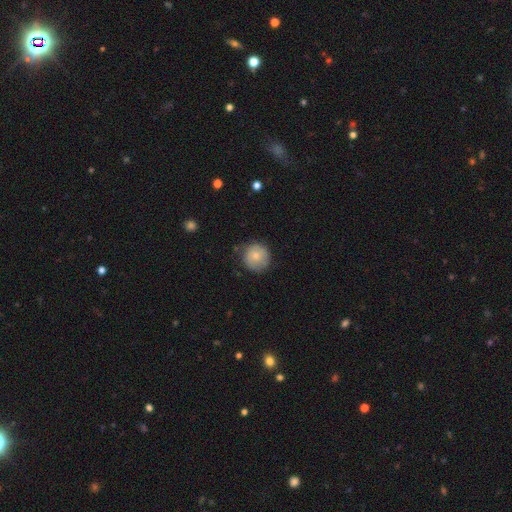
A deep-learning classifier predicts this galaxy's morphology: type=smooth (70%); roundness=round (92%); merging=none (72%).